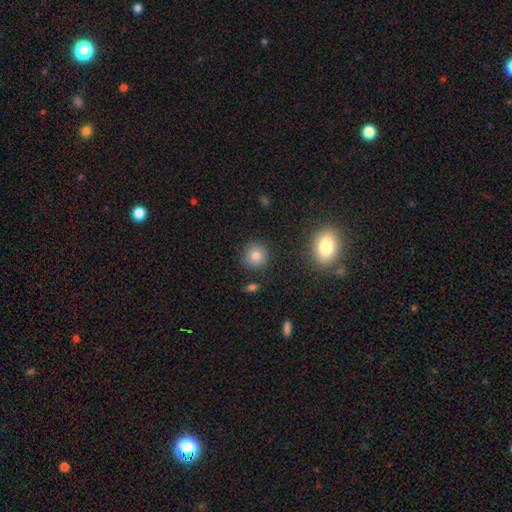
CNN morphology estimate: smooth_or_featured: smooth (p=0.82) [alt: star or artifact p=0.11]
how_rounded: round (p=0.90) [alt: in between p=0.09]
merging: none (p=0.87) [alt: minor disturbance p=0.07]